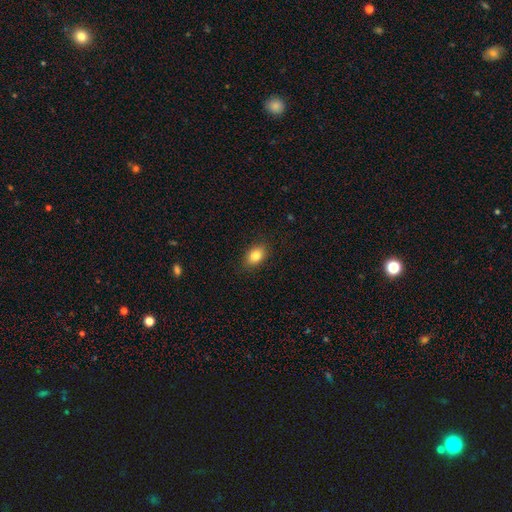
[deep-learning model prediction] Smooth or featured? smooth (83%)
How rounded? in between (79%)
Merging? none (87%)